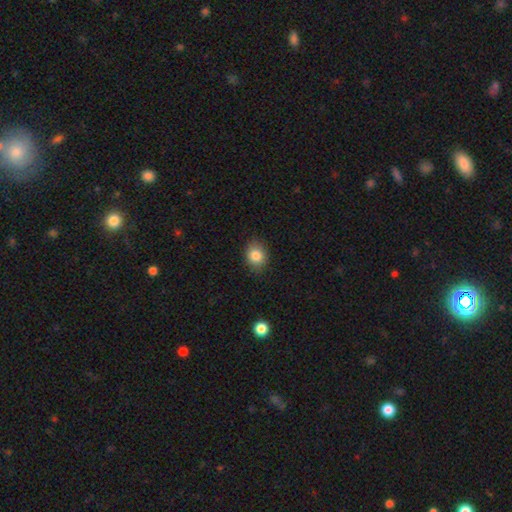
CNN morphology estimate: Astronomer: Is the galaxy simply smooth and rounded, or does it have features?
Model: smooth — 84%.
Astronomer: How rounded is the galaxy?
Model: round — 53% (runner-up: in between, 46%).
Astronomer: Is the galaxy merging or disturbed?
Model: none — 84%.